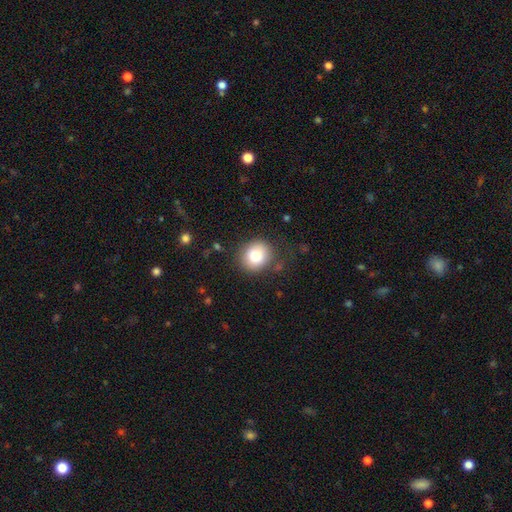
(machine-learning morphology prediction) A smooth galaxy with no disk features (83%) that is round (76%). Merging: none (81%).